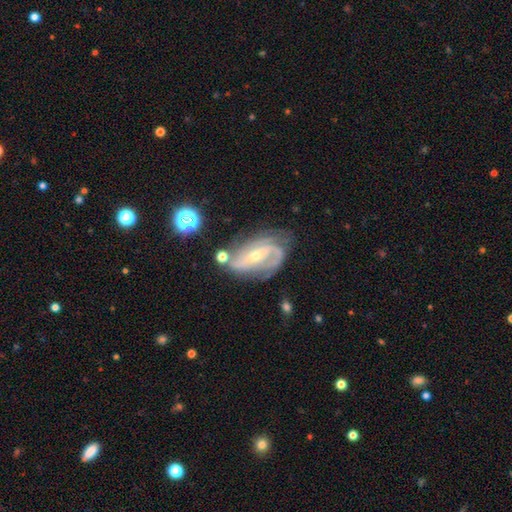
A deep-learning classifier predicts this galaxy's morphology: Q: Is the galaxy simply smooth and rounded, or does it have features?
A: featured or disk — 85%.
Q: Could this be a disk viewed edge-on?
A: no — 95%.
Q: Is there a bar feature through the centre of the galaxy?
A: weak — 37%.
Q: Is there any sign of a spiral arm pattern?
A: yes — 94%.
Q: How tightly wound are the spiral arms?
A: medium — 43%.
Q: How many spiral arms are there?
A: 2 — 53%.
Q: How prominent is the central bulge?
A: small — 63%.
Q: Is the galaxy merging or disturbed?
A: none — 55%.